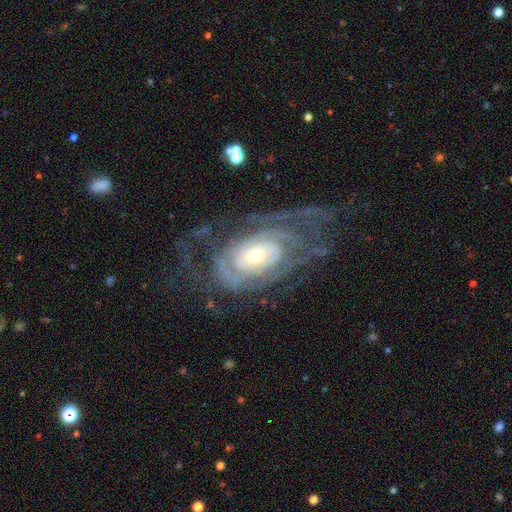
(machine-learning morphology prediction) smooth_or_featured: featured or disk (p=0.85) [alt: smooth p=0.09]
disk_edge_on: no (p=0.94) [alt: yes p=0.06]
bar: no (p=0.72) [alt: weak p=0.20]
has_spiral_arms: yes (p=0.91) [alt: no p=0.09]
spiral_winding: tight (p=0.68) [alt: medium p=0.24]
spiral_arm_count: can't tell (p=0.42) [alt: 2 p=0.22]
bulge_size: small (p=0.57) [alt: moderate p=0.36]
merging: none (p=0.58) [alt: major disturbance p=0.22]